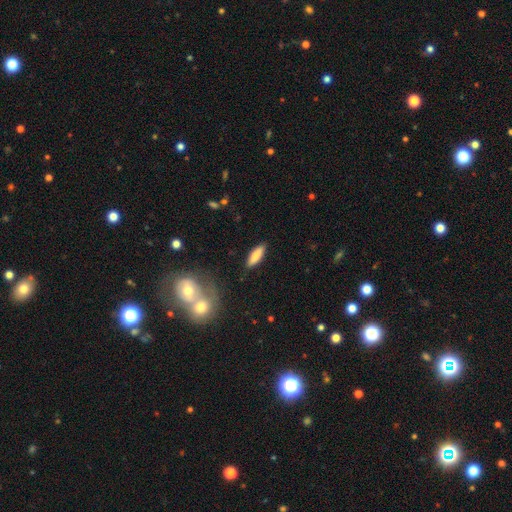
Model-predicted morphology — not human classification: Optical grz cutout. It shows a smooth galaxy with no disk features (80%) that is cigar-shaped (52%). Merging: none (86%).